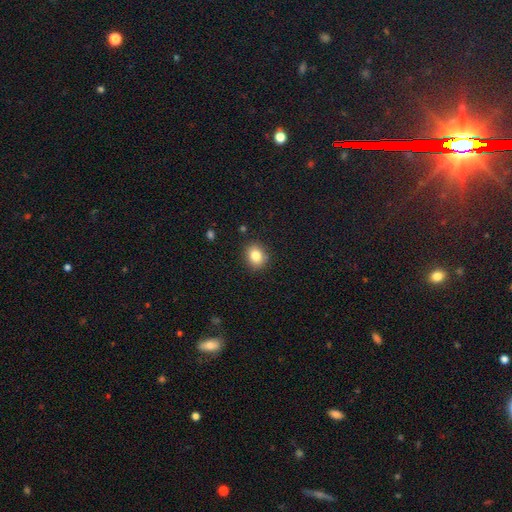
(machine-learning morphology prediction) Overall: smooth (82%). How rounded: round (59%; in between 40%). Merging: none (87%).